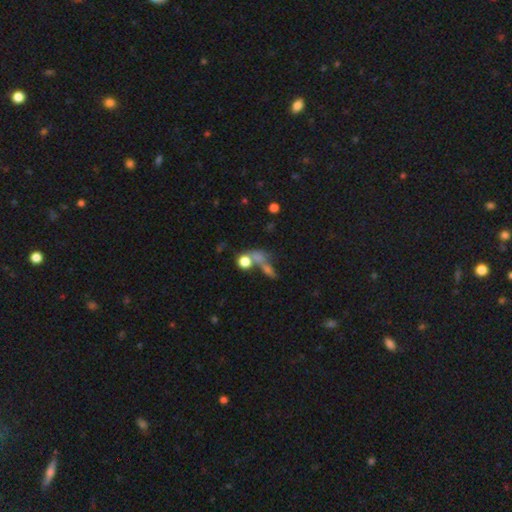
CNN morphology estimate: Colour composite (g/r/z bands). It shows a smooth galaxy with no disk features (44%). Merging: merger (41%).